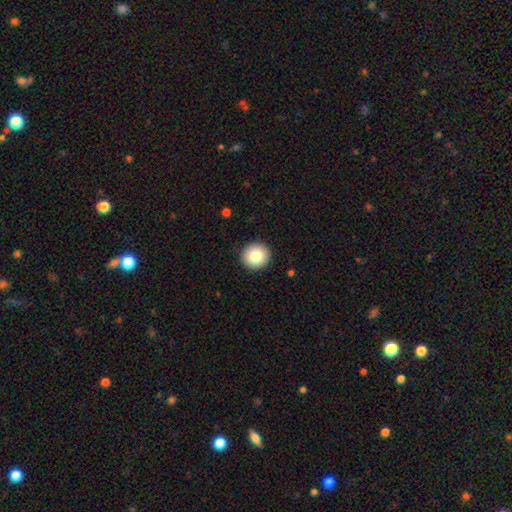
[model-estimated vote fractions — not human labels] Overall: smooth (81%). How rounded: round (93%). Merging: none (92%).